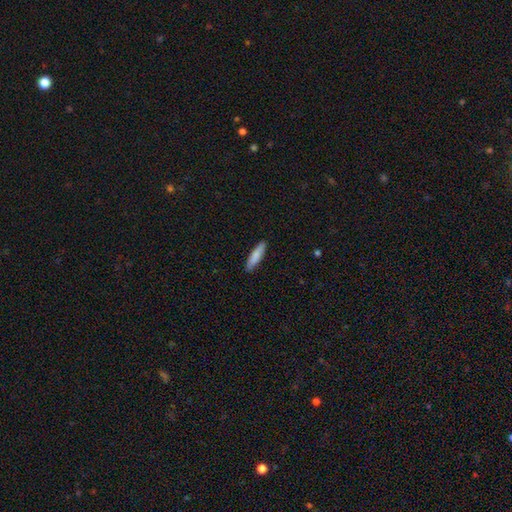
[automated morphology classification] Smooth or featured? Predicted: smooth (p=0.83). How rounded? Predicted: cigar-shaped (p=0.77). Merging? Predicted: none (p=0.89).